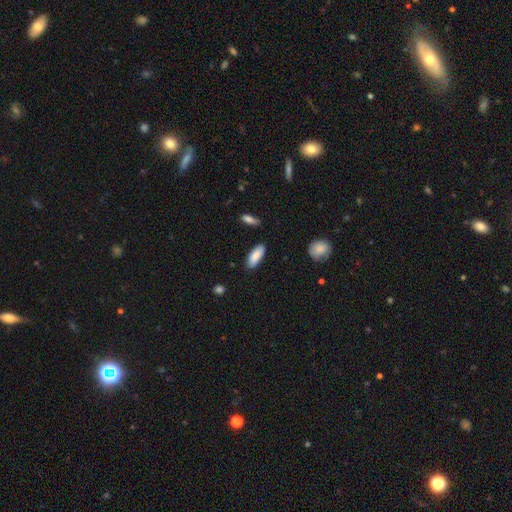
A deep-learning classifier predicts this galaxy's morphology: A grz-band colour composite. It shows a smooth galaxy with no disk features (83%) that is in between round and cigar-shaped (78%). Merging: none (85%).